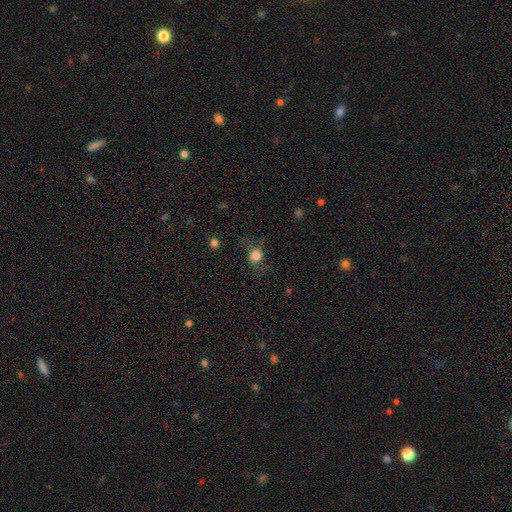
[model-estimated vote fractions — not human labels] Overall: smooth (71%). How rounded: round (71%). Merging: none (63%).